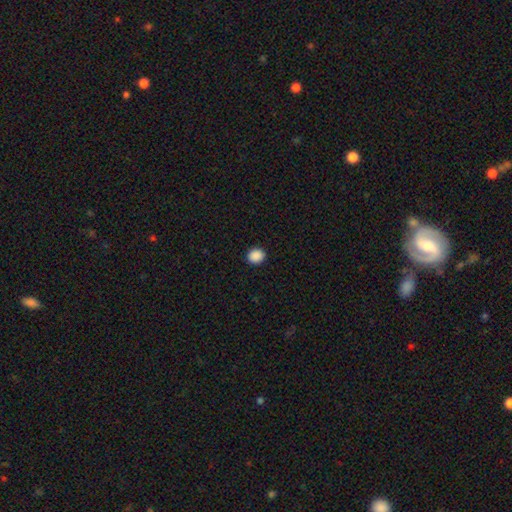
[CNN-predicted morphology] Overall: smooth (89%). How rounded: round (82%). Merging: none (92%).